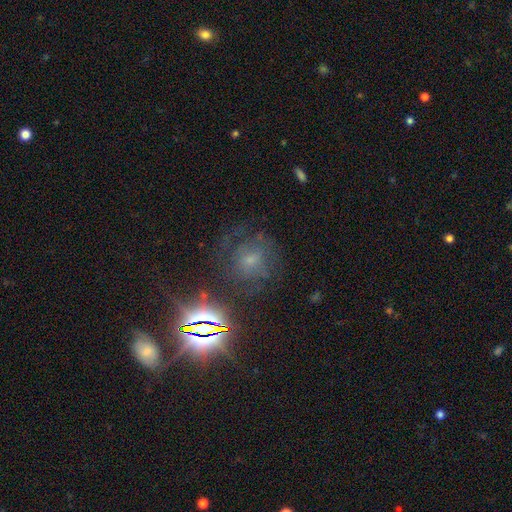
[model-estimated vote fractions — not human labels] The model was most divided on "smooth or featured": star or artifact: 40%, featured or disk: 33%, smooth: 27%.